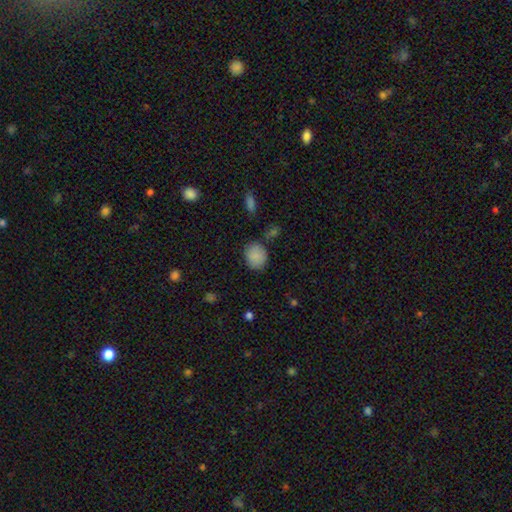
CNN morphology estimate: A smooth galaxy with no disk features (88%) that is round (68%).

Vote fractions:
- Smooth or featured? smooth: 88% / star or artifact: 8% / featured or disk: 4%
- How rounded? round: 68% / in between: 31% / cigar-shaped: 1%
- Merging? none: 78% / minor disturbance: 14% / merger: 4% / major disturbance: 4%